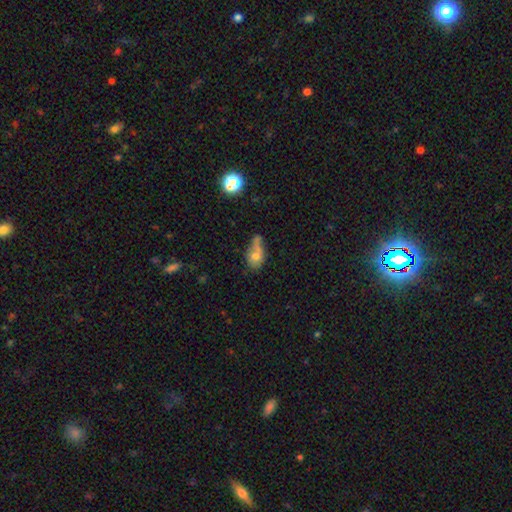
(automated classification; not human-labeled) Smooth or featured?
  - smooth: 65% *
  - featured or disk: 24%
  - star or artifact: 12%
How rounded?
  - in between: 68% *
  - round: 29%
  - cigar-shaped: 4%
Merging?
  - merger: 27% *
  - none: 25%
  - minor disturbance: 24%
  - major disturbance: 24%